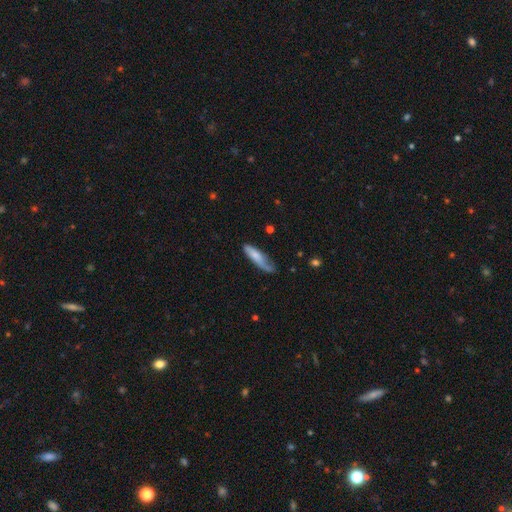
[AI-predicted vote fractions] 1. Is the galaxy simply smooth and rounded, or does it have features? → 70% smooth, 25% featured or disk, 6% star or artifact.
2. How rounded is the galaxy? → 66% cigar-shaped, 32% in between, 2% round.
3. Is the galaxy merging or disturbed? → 45% none, 35% minor disturbance, 16% major disturbance, 4% merger.